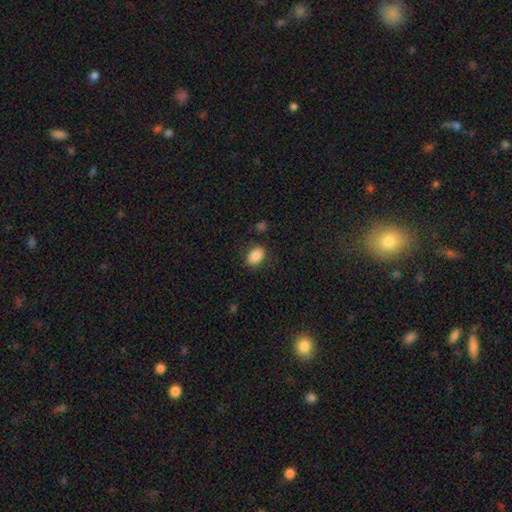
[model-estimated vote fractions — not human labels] Smooth or featured? Predicted: smooth (p=0.86). How rounded? Predicted: in between (p=0.81). Merging? Predicted: none (p=0.80).